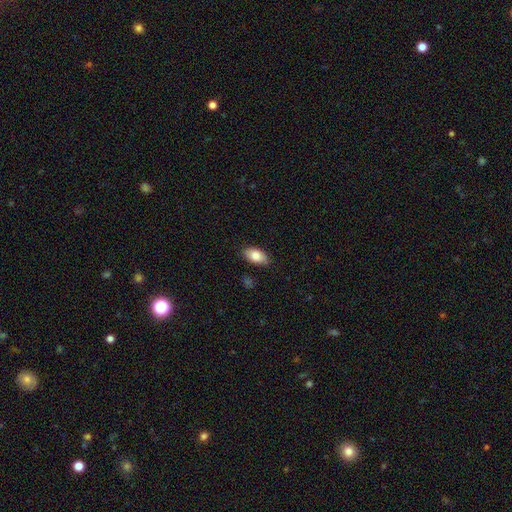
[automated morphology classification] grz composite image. It shows a smooth galaxy with no disk features (82%) that is in between round and cigar-shaped (92%). Merging: none (84%).